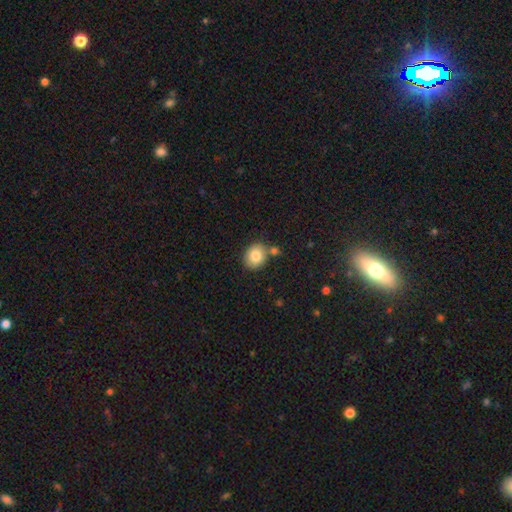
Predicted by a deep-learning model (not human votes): smooth-or-featured: smooth: 82% | featured or disk: 9% | star or artifact: 9%
  how-rounded: round: 62% | in between: 37% | cigar-shaped: 1%
  merging: none: 69% | merger: 15% | minor disturbance: 13% | major disturbance: 3%